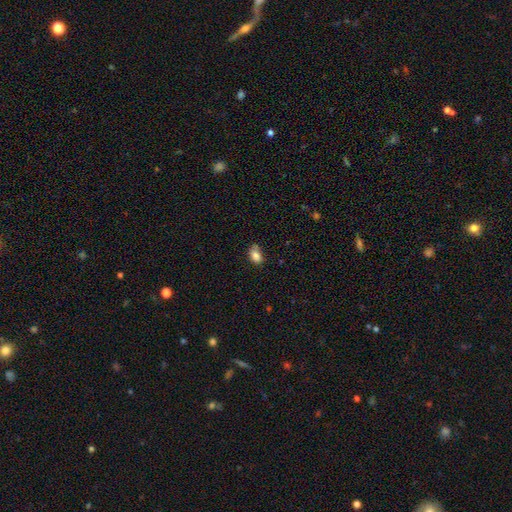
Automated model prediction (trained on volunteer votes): Smooth or featured? Predicted: smooth (p=0.83). How rounded? Predicted: in between (p=0.83). Merging? Predicted: none (p=0.55).